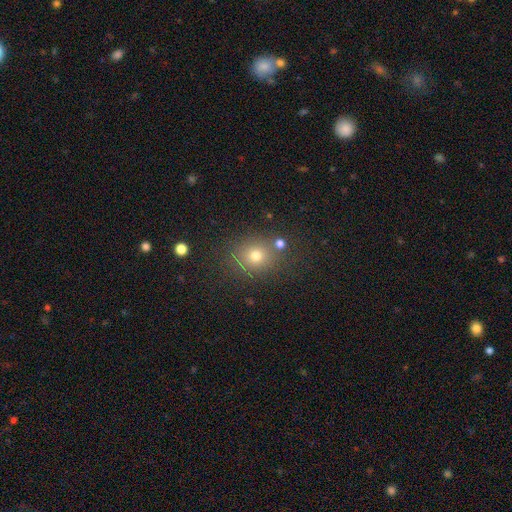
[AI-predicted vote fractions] This is likely a smooth galaxy (70%). How rounded: likely round (73%). Merging: likely none (78%).